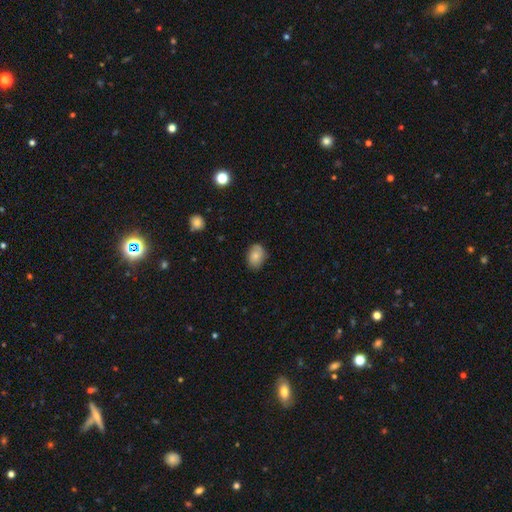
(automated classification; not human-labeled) Smooth or featured? Predicted: smooth (p=0.80). How rounded? Predicted: in between (p=0.78). Merging? Predicted: none (p=0.76).